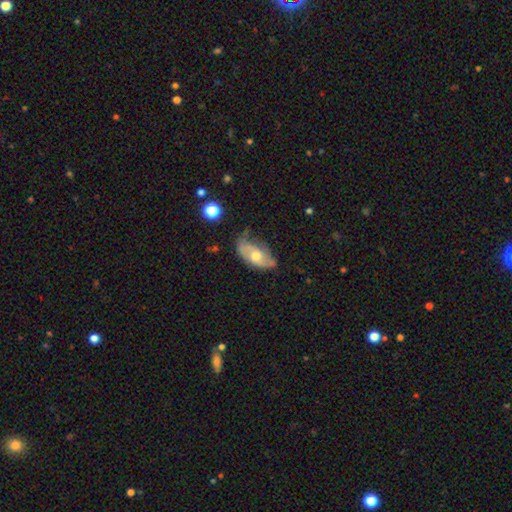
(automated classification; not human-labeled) Overall: featured or disk (53%; smooth 40%). Edge-on disk: no (88%). Merging: none (52%; minor disturbance 34%).